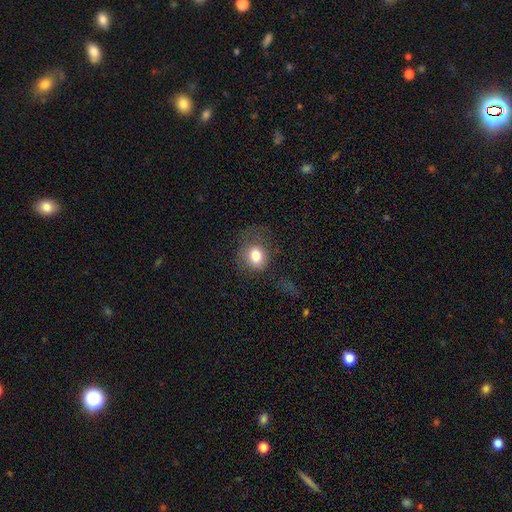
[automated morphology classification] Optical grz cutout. It shows a smooth galaxy with no disk features (78%) that is round (66%). Merging: none (58%).